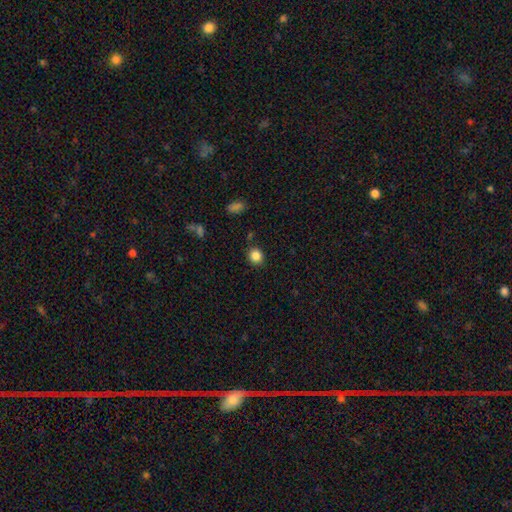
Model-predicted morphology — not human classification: type=smooth (85%); roundness=round (84%); merging=none (86%).